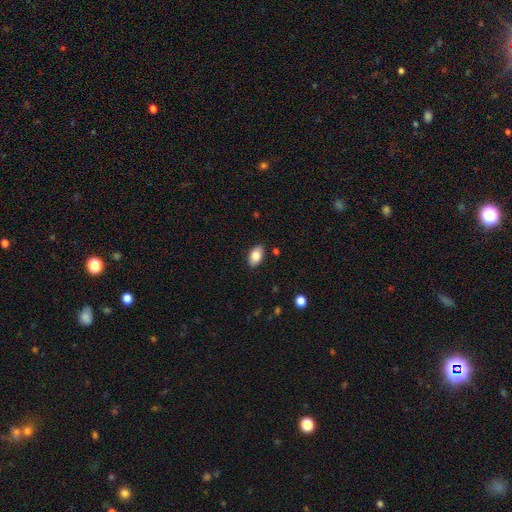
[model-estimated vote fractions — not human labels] The model was most divided on "smooth or featured": smooth: 82%, featured or disk: 11%, star or artifact: 7%. More confident: how rounded — in between (93%); merging — none (88%).